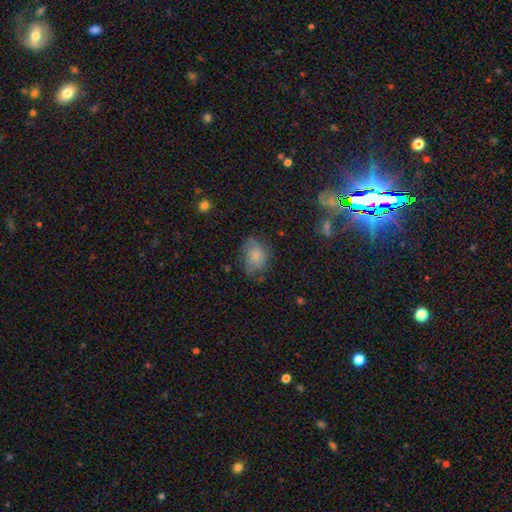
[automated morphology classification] Smooth or featured? Predicted: smooth (p=0.73). How rounded? Predicted: in between (p=0.71). Merging? Predicted: none (p=0.59).